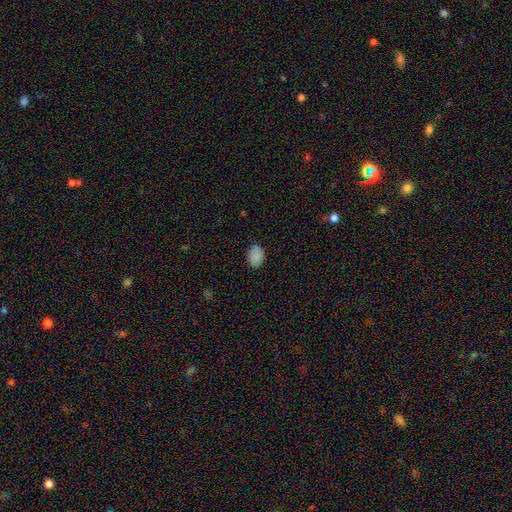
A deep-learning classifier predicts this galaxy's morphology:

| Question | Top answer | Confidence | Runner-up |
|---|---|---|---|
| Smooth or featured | smooth | 87% | star or artifact (9%) |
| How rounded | in between | 79% | round (20%) |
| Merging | none | 85% | minor disturbance (12%) |